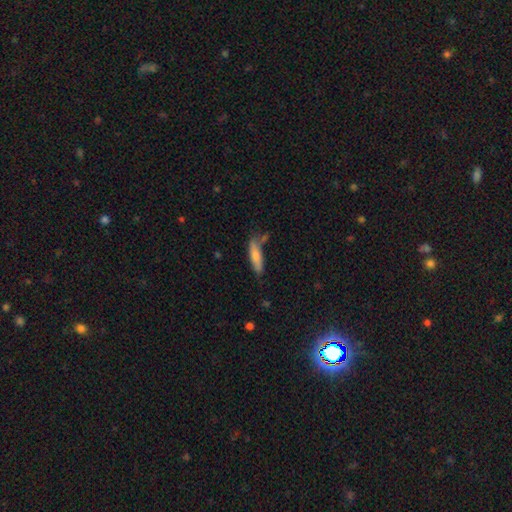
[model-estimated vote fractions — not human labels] smooth_or_featured: smooth (p=0.74) [alt: featured or disk p=0.19]
how_rounded: cigar-shaped (p=0.67) [alt: in between p=0.31]
merging: none (p=0.59) [alt: minor disturbance p=0.23]